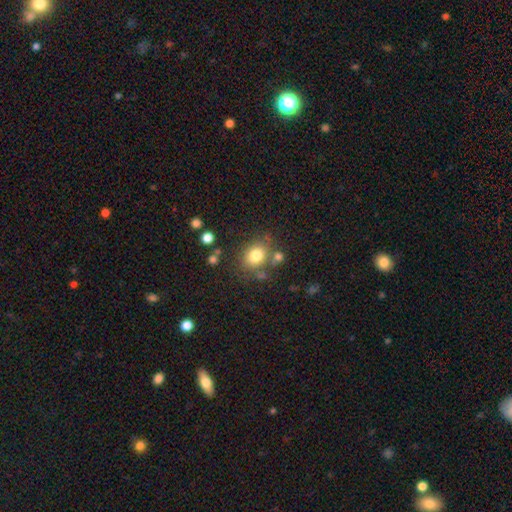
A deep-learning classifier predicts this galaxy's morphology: This is likely a smooth galaxy (79%). How rounded: likely round (60%). Merging: likely none (71%).